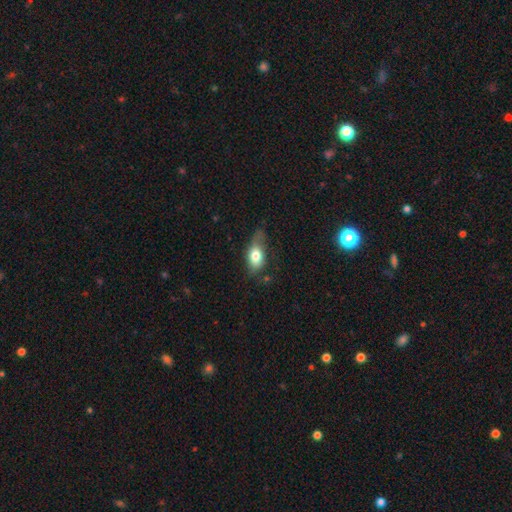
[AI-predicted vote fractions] Overall: smooth (75%). How rounded: in between (84%). Merging: none (41%; minor disturbance 37%).